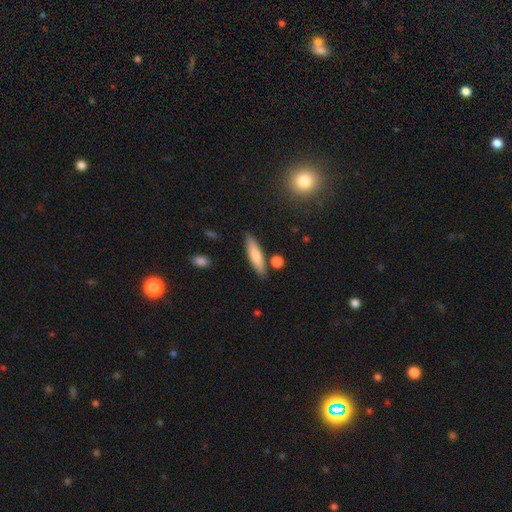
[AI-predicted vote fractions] smooth-or-featured: smooth: 74% | featured or disk: 19% | star or artifact: 6%
  how-rounded: cigar-shaped: 74% | in between: 24% | round: 2%
  merging: none: 83% | minor disturbance: 10% | merger: 5% | major disturbance: 2%